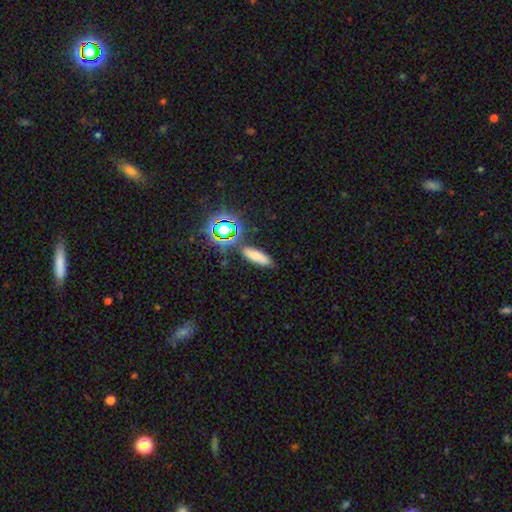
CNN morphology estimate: smooth-or-featured: smooth: 67% | star or artifact: 22% | featured or disk: 11%
  how-rounded: in between: 48% | cigar-shaped: 44% | round: 7%
  merging: none: 79% | minor disturbance: 12% | merger: 6% | major disturbance: 4%